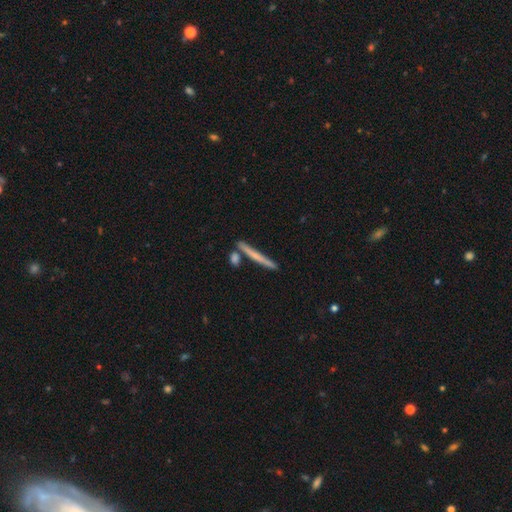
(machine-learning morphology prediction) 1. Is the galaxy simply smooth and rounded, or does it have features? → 53% smooth, 40% featured or disk, 7% star or artifact.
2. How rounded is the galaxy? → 95% cigar-shaped, 3% in between, 2% round.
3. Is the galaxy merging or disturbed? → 80% none, 9% minor disturbance, 9% merger, 2% major disturbance.